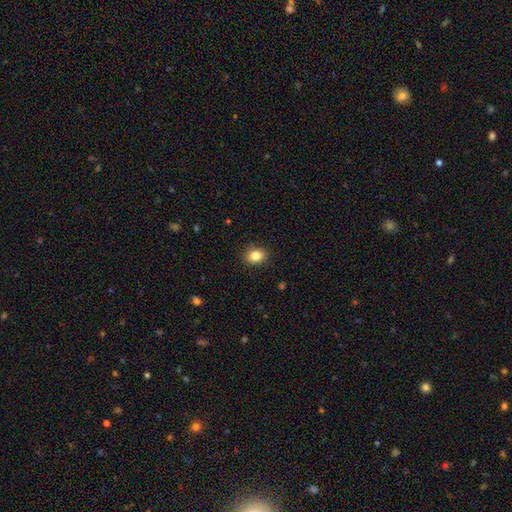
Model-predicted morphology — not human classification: The model was most divided on "how rounded": in between: 57%, round: 42%, cigar-shaped: 1%. More confident: merging — none (89%); smooth or featured — smooth (84%).